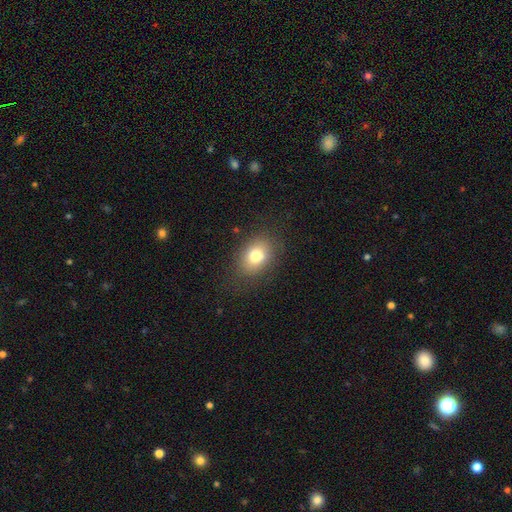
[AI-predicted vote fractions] smooth_or_featured: smooth (p=0.77) [alt: featured or disk p=0.12]
how_rounded: in between (p=0.70) [alt: round p=0.29]
merging: none (p=0.81) [alt: minor disturbance p=0.12]